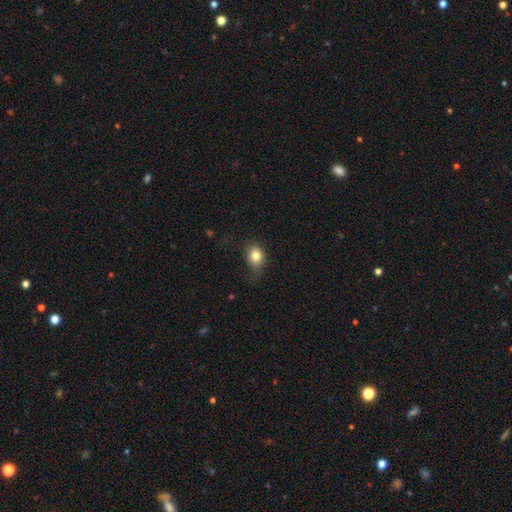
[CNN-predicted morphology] The model was most divided on "how rounded": round: 51%, in between: 48%, cigar-shaped: 1%. More confident: smooth or featured — smooth (80%); merging — none (58%).